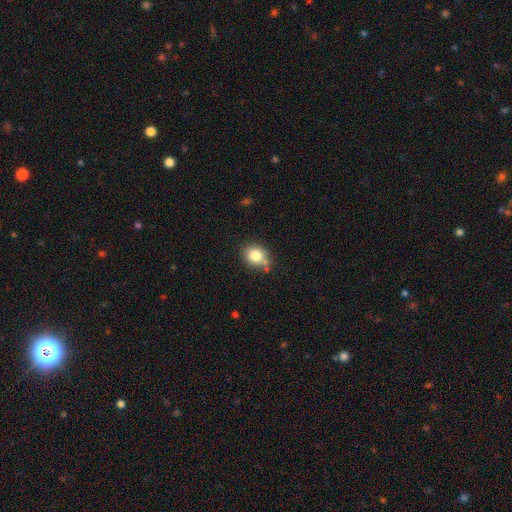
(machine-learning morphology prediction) A smooth galaxy with no disk features (81%) that is round (67%). Merging: none (66%).